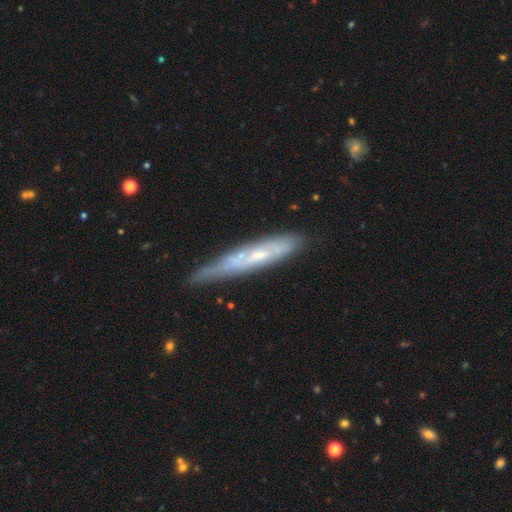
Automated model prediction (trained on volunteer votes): Overall: featured or disk (61%; smooth 32%). Edge-on disk: yes (67%; no 33%). Merging: none (65%; minor disturbance 26%).